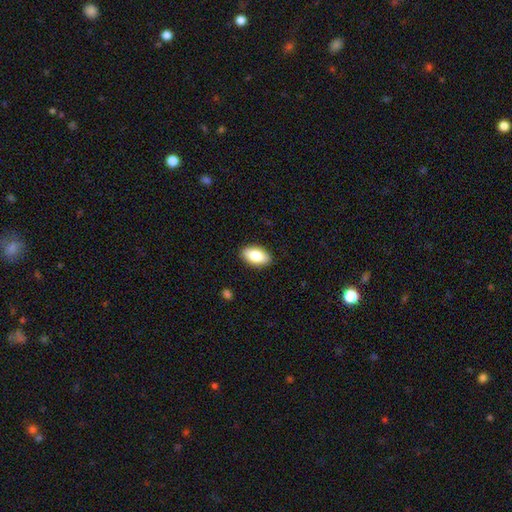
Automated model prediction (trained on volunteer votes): A smooth galaxy with no disk features (83%) that is in between round and cigar-shaped (93%).

Vote fractions:
- Smooth or featured? smooth: 83% / featured or disk: 11% / star or artifact: 7%
- How rounded? in between: 93% / round: 4% / cigar-shaped: 3%
- Merging? none: 89% / minor disturbance: 8% / major disturbance: 2% / merger: 1%